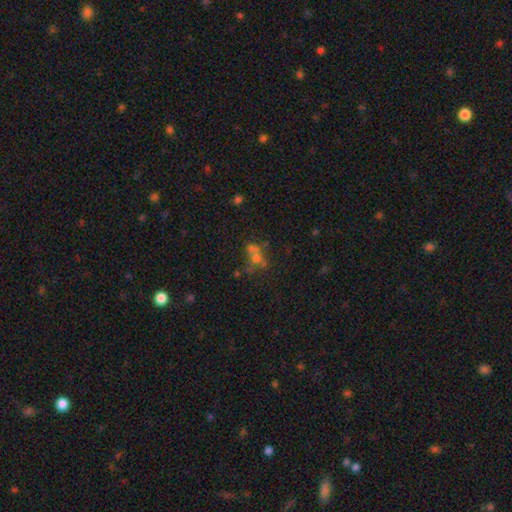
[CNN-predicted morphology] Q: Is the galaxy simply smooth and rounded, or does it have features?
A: smooth — 44%.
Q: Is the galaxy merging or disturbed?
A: merger — 43%.